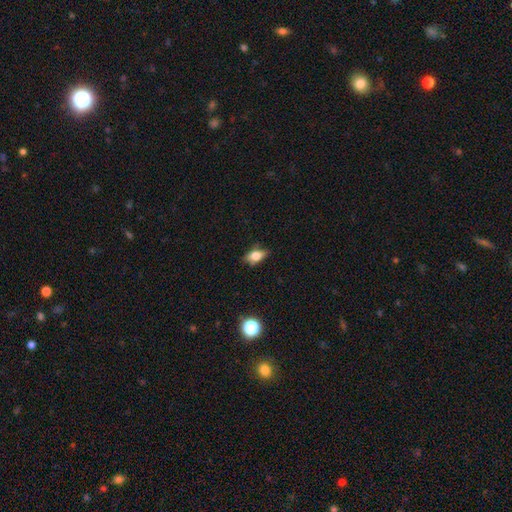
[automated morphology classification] Smooth or featured?
  - smooth: 74% *
  - featured or disk: 15%
  - star or artifact: 10%
How rounded?
  - in between: 82% *
  - round: 12%
  - cigar-shaped: 6%
Merging?
  - none: 70% *
  - minor disturbance: 23%
  - major disturbance: 5%
  - merger: 2%